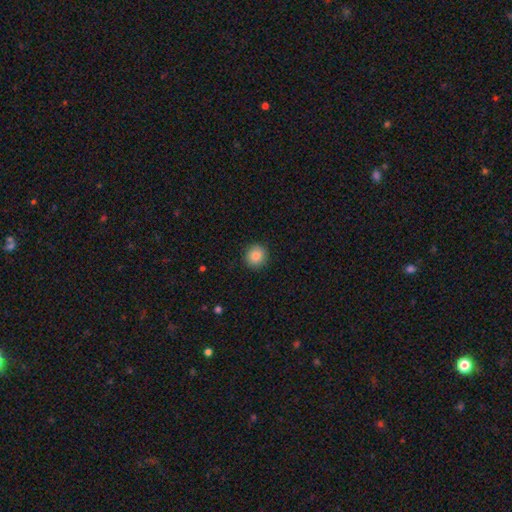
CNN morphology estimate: Smooth or featured: smooth — 86% (star or artifact — 9%)
How rounded: round — 92% (in between — 7%)
Merging: none — 91% (minor disturbance — 6%)